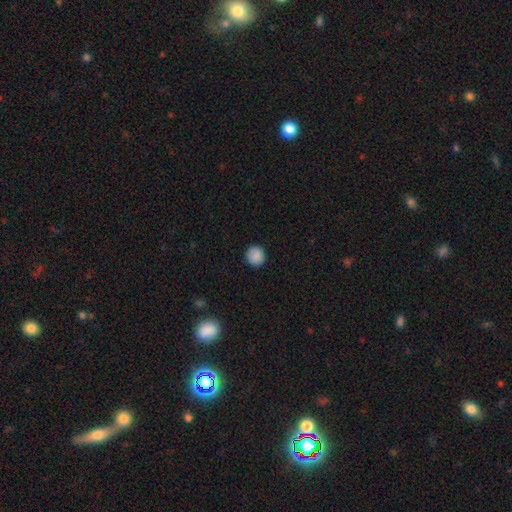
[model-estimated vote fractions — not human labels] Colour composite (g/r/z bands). It shows a smooth galaxy with no disk features (88%) that is round (92%). Merging: none (89%).